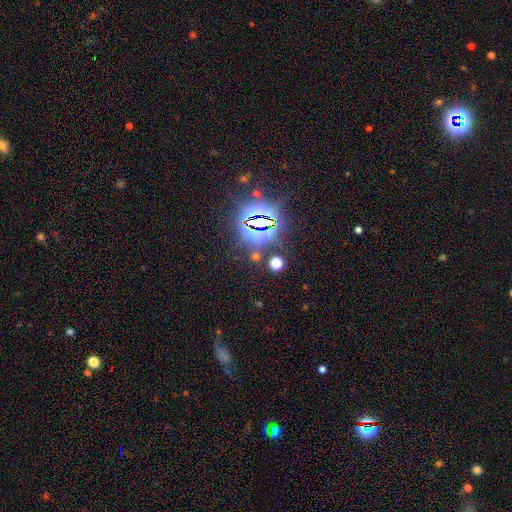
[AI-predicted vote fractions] star or artifact 78%, smooth 14%, featured or disk 8%.